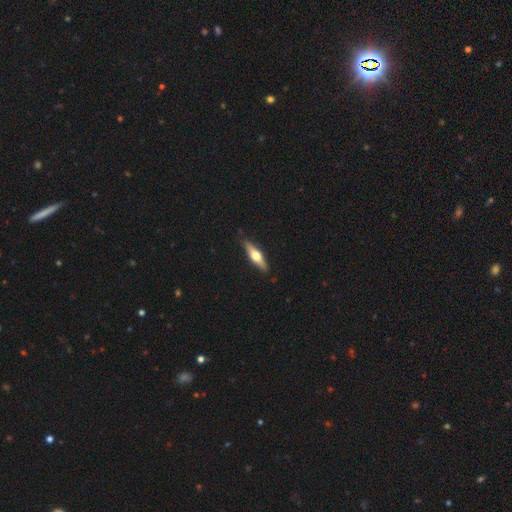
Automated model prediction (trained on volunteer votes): Smooth or featured? featured or disk (59%)
Edge-on disk? yes (94%)
Edge-on bulge? rounded (95%)
Merging? none (88%)